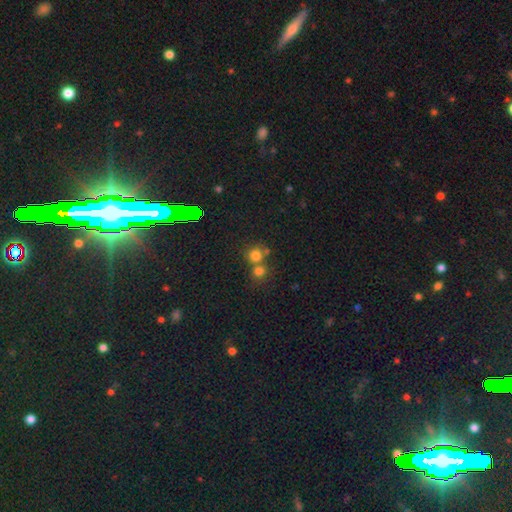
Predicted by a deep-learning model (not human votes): Morphology: type=smooth (76%); roundness=round (89%); merging=none (53%).